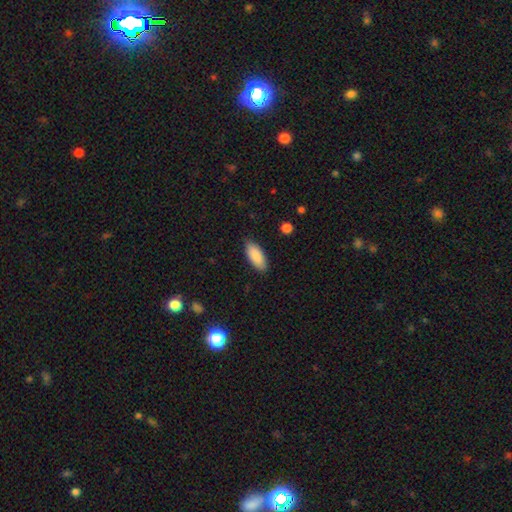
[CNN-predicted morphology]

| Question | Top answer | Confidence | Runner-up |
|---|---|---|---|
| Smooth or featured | smooth | 89% | star or artifact (6%) |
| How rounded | in between | 84% | cigar-shaped (14%) |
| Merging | none | 87% | minor disturbance (10%) |